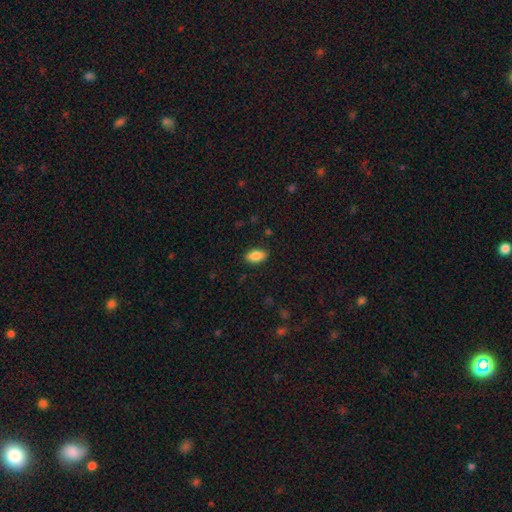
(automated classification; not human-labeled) Smooth or featured? Predicted: smooth (p=0.87). How rounded? Predicted: in between (p=0.92). Merging? Predicted: none (p=0.88).